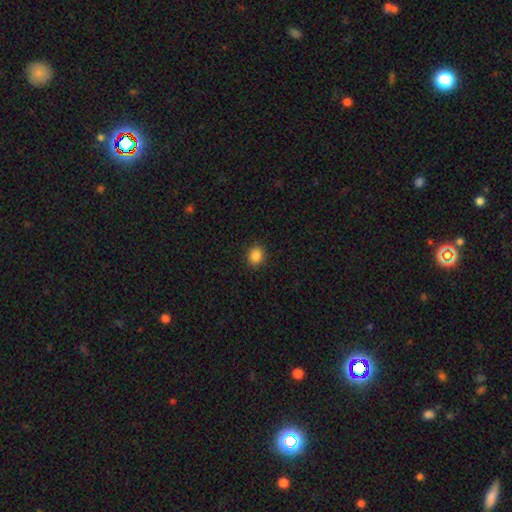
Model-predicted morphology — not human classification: This appears to be a smooth galaxy with no disk features (86%) that is round (70%). Merging: none (91%).